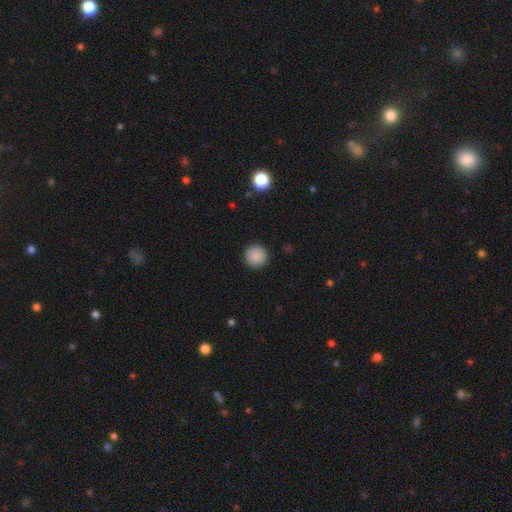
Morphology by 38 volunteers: type=smooth (89%); roundness=round (97%); merging=none (97%).